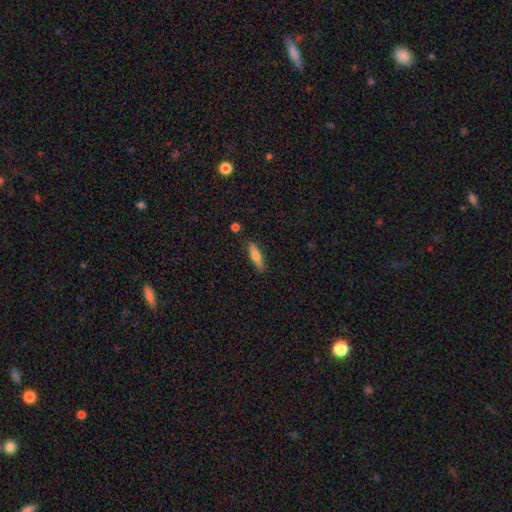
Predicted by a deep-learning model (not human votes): The model was most divided on "smooth or featured": smooth: 63%, featured or disk: 30%, star or artifact: 7%. More confident: merging — none (86%); how rounded — cigar-shaped (74%).